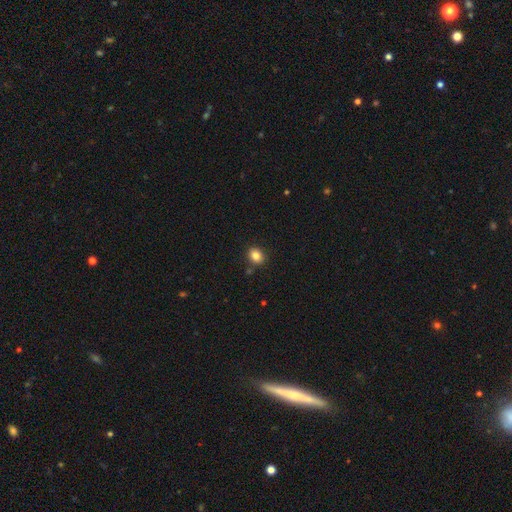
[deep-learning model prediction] The model was most divided on "how rounded": round: 58%, in between: 41%, cigar-shaped: 1%. More confident: merging — none (86%); smooth or featured — smooth (84%).